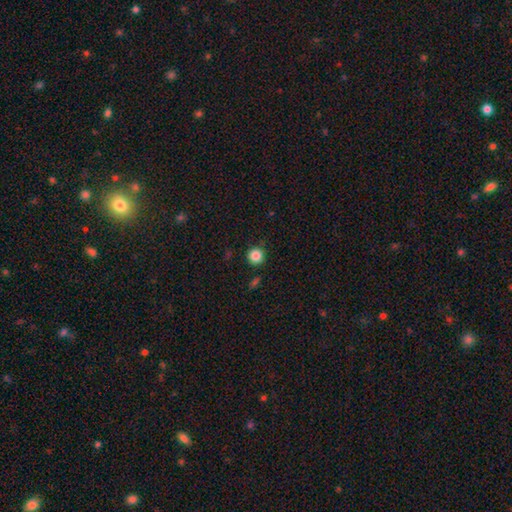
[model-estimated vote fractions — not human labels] smooth-or-featured: smooth: 85% | star or artifact: 11% | featured or disk: 4%
  how-rounded: round: 95% | in between: 4% | cigar-shaped: 1%
  merging: none: 88% | minor disturbance: 8% | major disturbance: 2% | merger: 2%